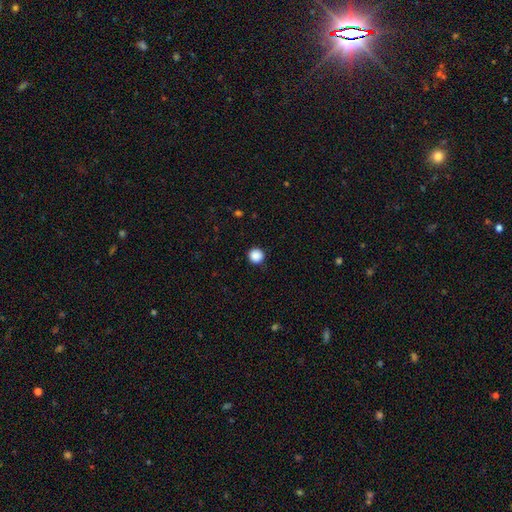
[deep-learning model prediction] A smooth galaxy with no disk features (88%) that is round (95%).

Vote fractions:
- Smooth or featured? smooth: 88% / star or artifact: 10% / featured or disk: 2%
- How rounded? round: 95% / in between: 4% / cigar-shaped: 1%
- Merging? none: 91% / minor disturbance: 6% / major disturbance: 2% / merger: 1%